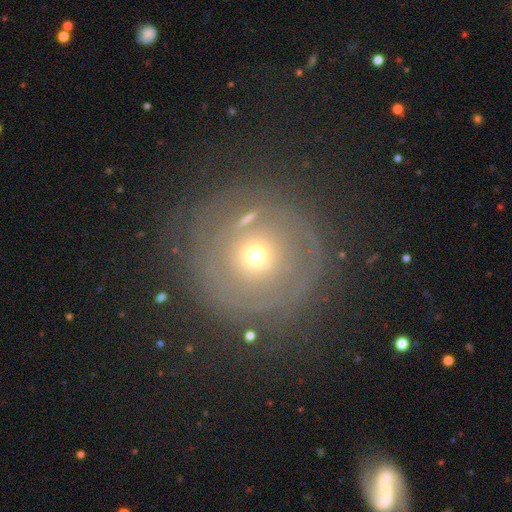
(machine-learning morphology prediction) This is likely a featured or disk galaxy (60%). It is clearly not viewed edge-on (95%). Bar: clearly no (84%). Spiral arm pattern: possibly yes (57%). Central bulge: possibly small (53%). Merging: likely none (65%).